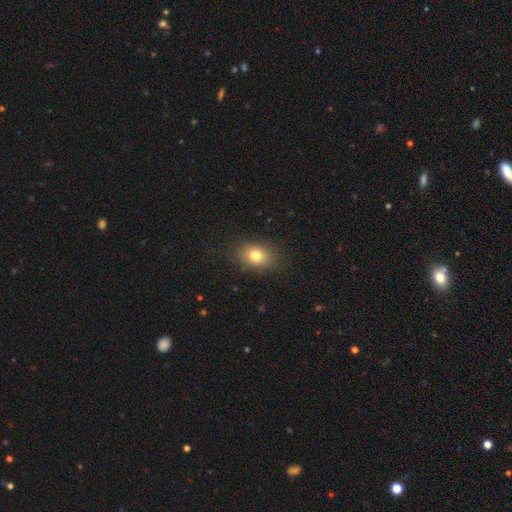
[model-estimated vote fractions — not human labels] Smooth or featured? smooth (79%)
How rounded? in between (63%)
Merging? none (84%)